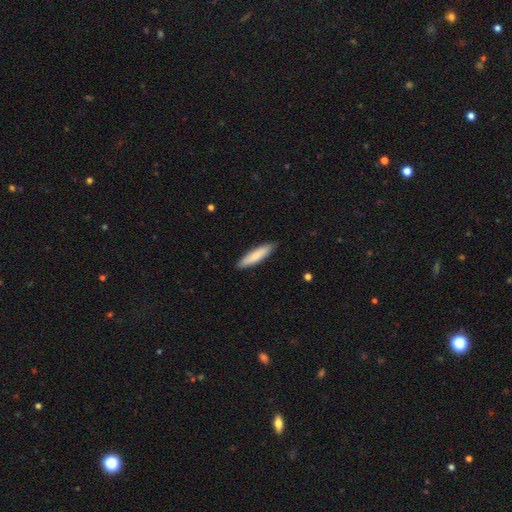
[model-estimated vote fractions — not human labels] Morphology: type=smooth (82%); roundness=cigar-shaped (77%); merging=none (88%).